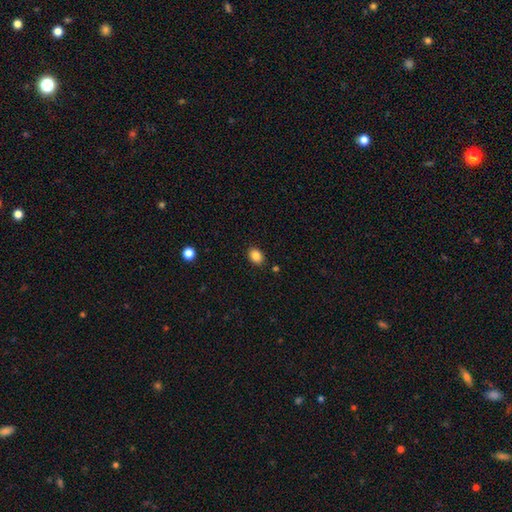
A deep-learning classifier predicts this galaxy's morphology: Smooth or featured: smooth — 86% (star or artifact — 9%)
How rounded: in between — 69% (round — 30%)
Merging: none — 88% (minor disturbance — 8%)